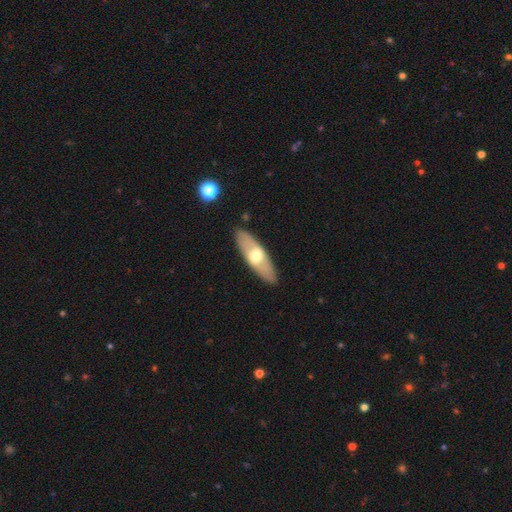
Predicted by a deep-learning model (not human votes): Smooth or featured?
  - smooth: 49% *
  - featured or disk: 45%
  - star or artifact: 5%
Merging?
  - none: 87% *
  - minor disturbance: 9%
  - major disturbance: 2%
  - merger: 1%